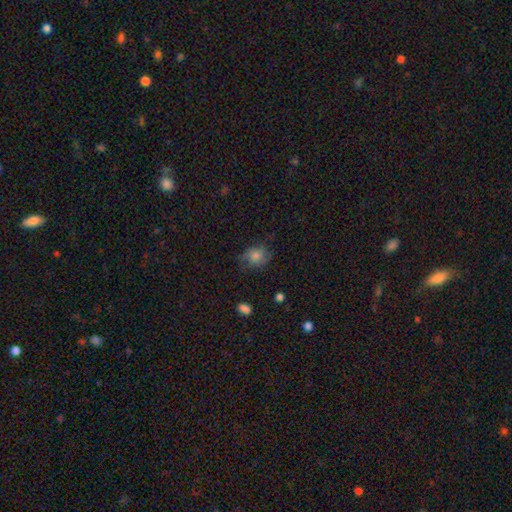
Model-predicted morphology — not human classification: smooth-or-featured: smooth: 65% | featured or disk: 23% | star or artifact: 12%
  how-rounded: round: 59% | in between: 39% | cigar-shaped: 1%
  merging: none: 61% | minor disturbance: 26% | major disturbance: 12% | merger: 1%